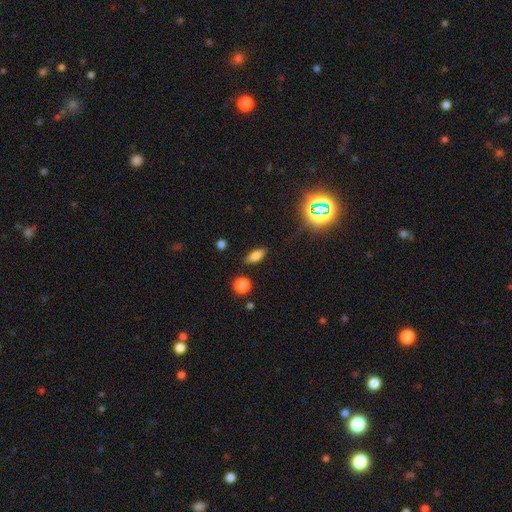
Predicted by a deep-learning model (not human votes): Smooth or featured: smooth — 70% (featured or disk — 17%)
How rounded: in between — 67% (cigar-shaped — 28%)
Merging: none — 85% (minor disturbance — 10%)